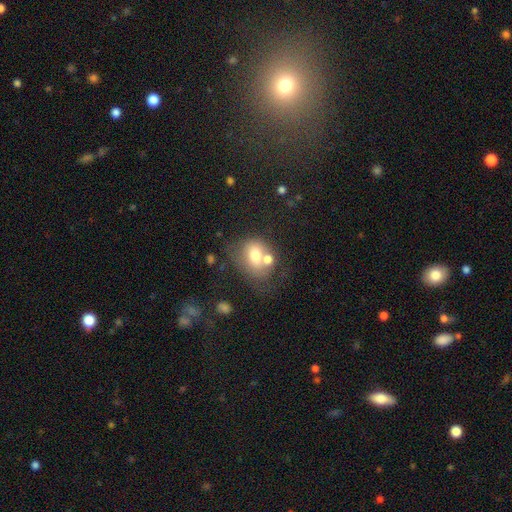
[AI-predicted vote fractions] Morphology: type=smooth (66%); roundness=round (49%, tied with in between); merging=merger (38%).